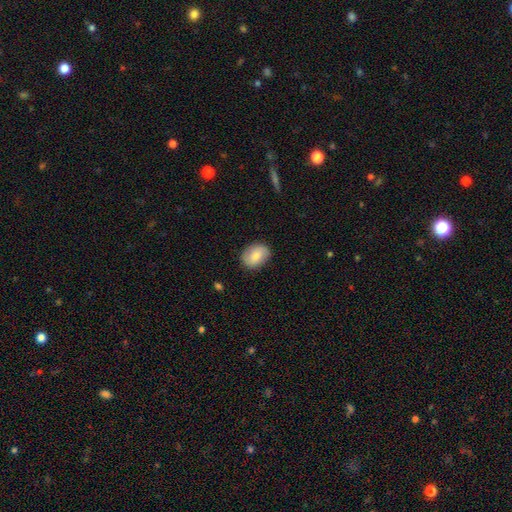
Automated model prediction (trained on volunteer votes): smooth-or-featured: smooth: 74% | featured or disk: 19% | star or artifact: 7%
  how-rounded: in between: 65% | round: 34% | cigar-shaped: 1%
  merging: none: 85% | minor disturbance: 12% | major disturbance: 3% | merger: 1%